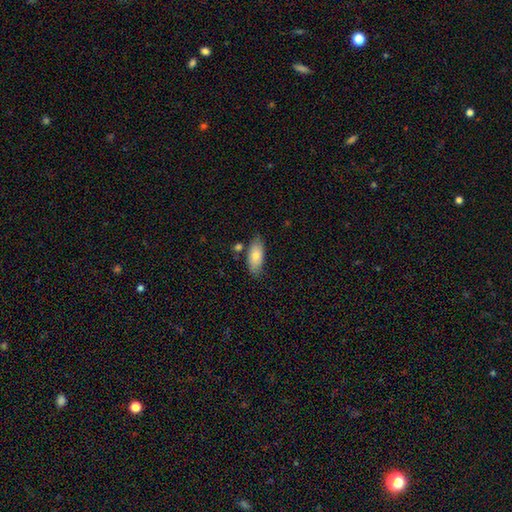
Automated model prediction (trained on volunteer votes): This appears to be a smooth galaxy with no disk features (77%) that is in between round and cigar-shaped (87%). Merging: none (74%).